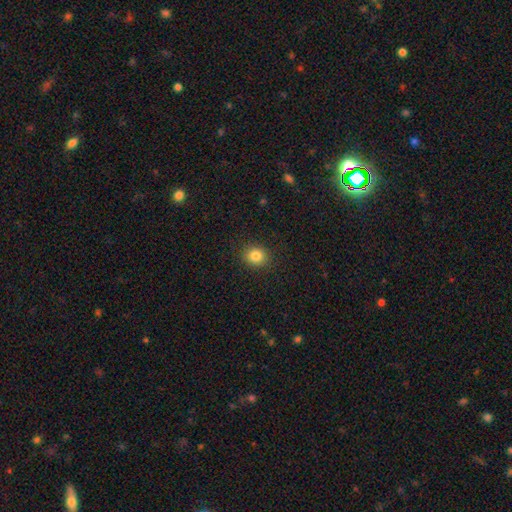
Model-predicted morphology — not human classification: Smooth or featured? Predicted: smooth (p=0.84). How rounded? Predicted: round (p=0.78). Merging? Predicted: none (p=0.90).